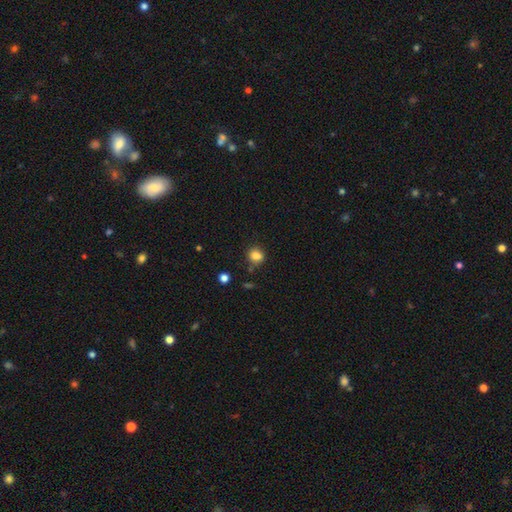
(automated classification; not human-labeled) Smooth or featured? Predicted: smooth (p=0.82). How rounded? Predicted: round (p=0.71). Merging? Predicted: none (p=0.70).